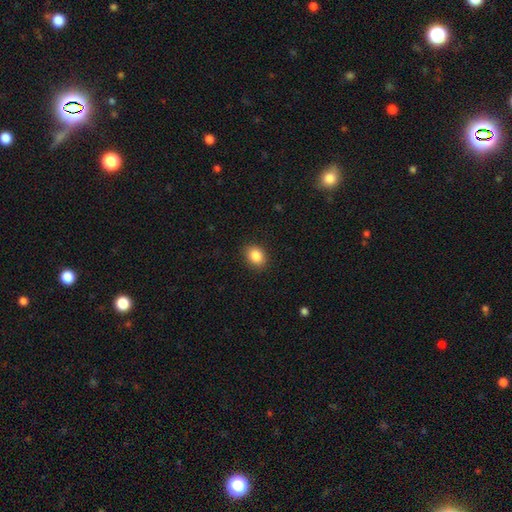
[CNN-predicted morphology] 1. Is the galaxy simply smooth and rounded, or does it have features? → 87% smooth, 9% star or artifact, 5% featured or disk.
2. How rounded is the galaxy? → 62% in between, 37% round, 1% cigar-shaped.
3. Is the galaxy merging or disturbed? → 88% none, 9% minor disturbance, 2% major disturbance, 1% merger.